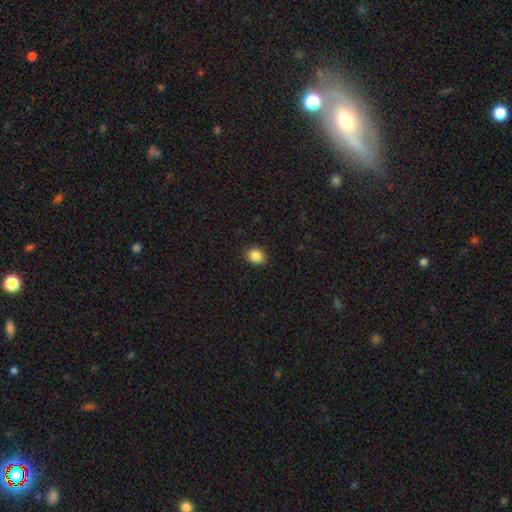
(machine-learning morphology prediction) Smooth or featured? Predicted: smooth (p=0.87). How rounded? Predicted: in between (p=0.50). Merging? Predicted: none (p=0.88).